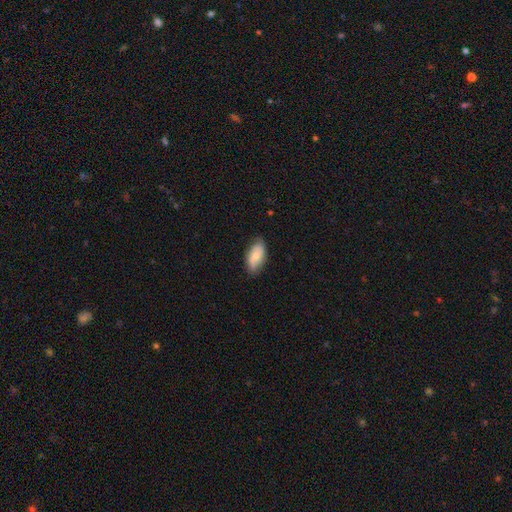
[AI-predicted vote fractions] smooth 65%, featured or disk 29%, star or artifact 6%. Down the decision tree: how rounded — in between (92%); merging — none (79%).